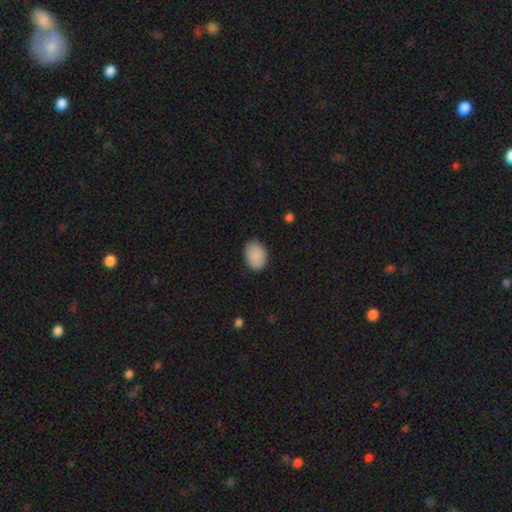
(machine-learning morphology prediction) smooth_or_featured: smooth (p=0.89) [alt: star or artifact p=0.07]
how_rounded: in between (p=0.77) [alt: round p=0.22]
merging: none (p=0.83) [alt: minor disturbance p=0.13]